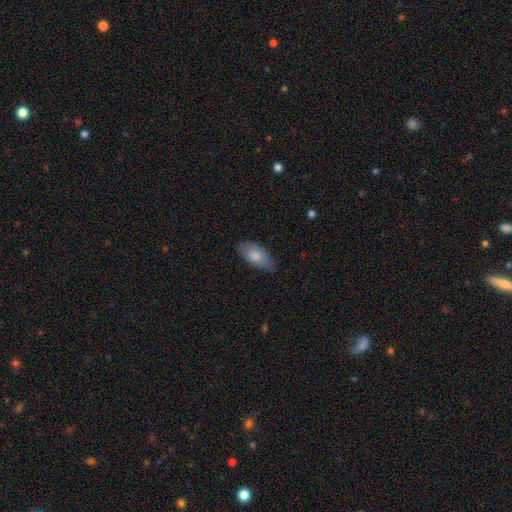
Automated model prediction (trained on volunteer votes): Smooth or featured?
  - smooth: 81% *
  - featured or disk: 13%
  - star or artifact: 6%
How rounded?
  - in between: 92% *
  - cigar-shaped: 6%
  - round: 2%
Merging?
  - none: 77% *
  - minor disturbance: 19%
  - major disturbance: 3%
  - merger: 1%